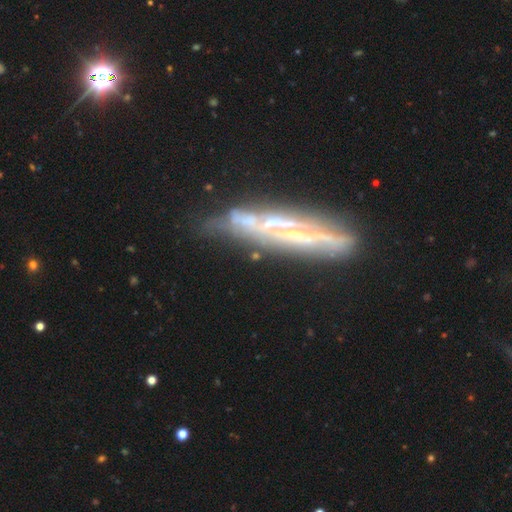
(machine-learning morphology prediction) Smooth or featured? Predicted: featured or disk (p=0.71). Edge-on disk? Predicted: yes (p=0.65). Merging? Predicted: none (p=0.63).